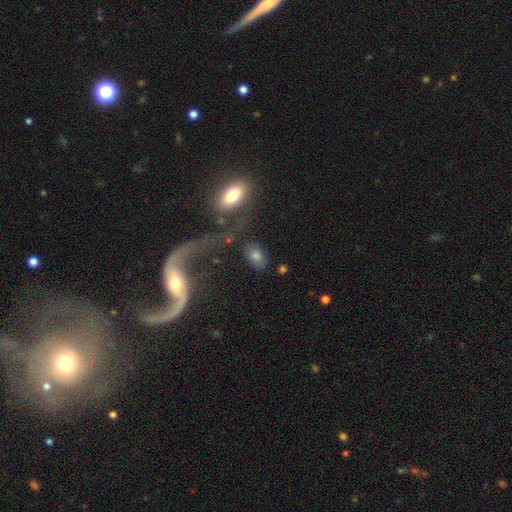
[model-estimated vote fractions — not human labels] Overall: smooth (62%; featured or disk 28%). How rounded: in between (85%). Merging: none (54%; major disturbance 17%).